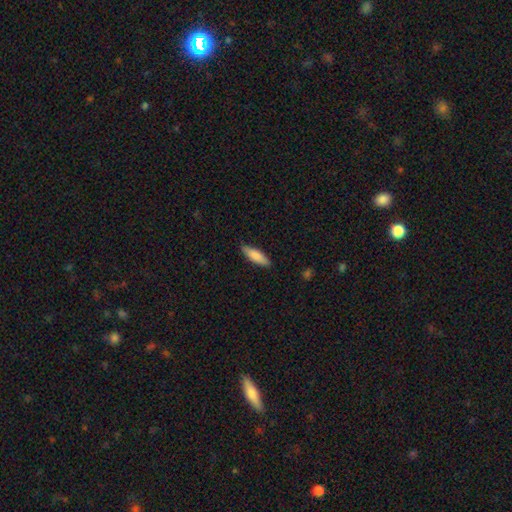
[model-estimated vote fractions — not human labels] Smooth or featured? smooth (84%)
How rounded? cigar-shaped (56%)
Merging? none (85%)